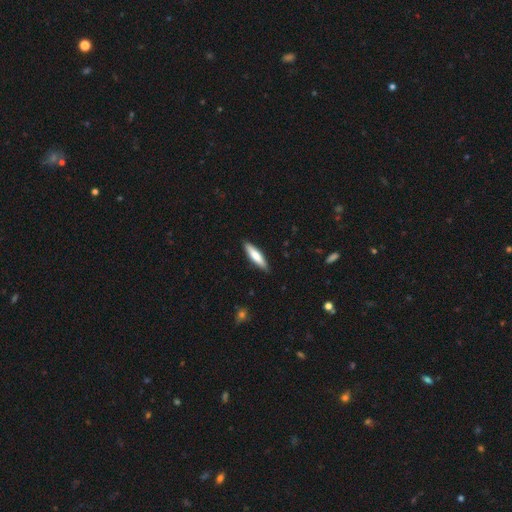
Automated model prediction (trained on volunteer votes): smooth 68%, featured or disk 27%, star or artifact 5%. Down the decision tree: how rounded — cigar-shaped (77%); merging — none (89%).